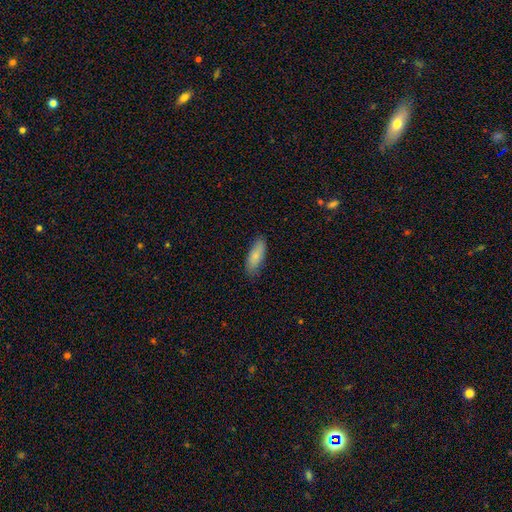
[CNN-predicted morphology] smooth-or-featured: smooth: 83% | featured or disk: 11% | star or artifact: 6%
  how-rounded: in between: 66% | cigar-shaped: 32% | round: 2%
  merging: none: 82% | minor disturbance: 14% | major disturbance: 2% | merger: 1%